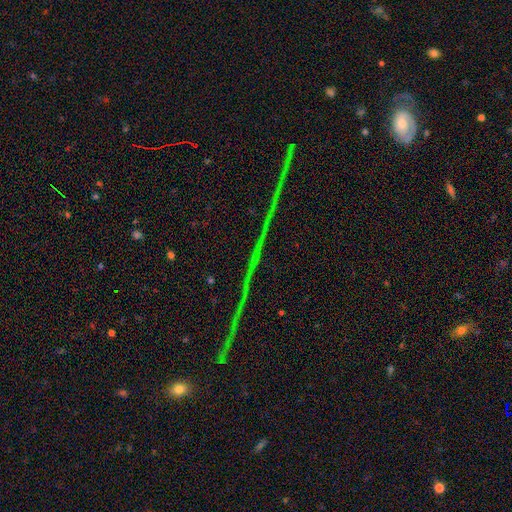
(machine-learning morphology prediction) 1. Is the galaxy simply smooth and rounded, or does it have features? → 78% star or artifact, 15% featured or disk, 7% smooth.